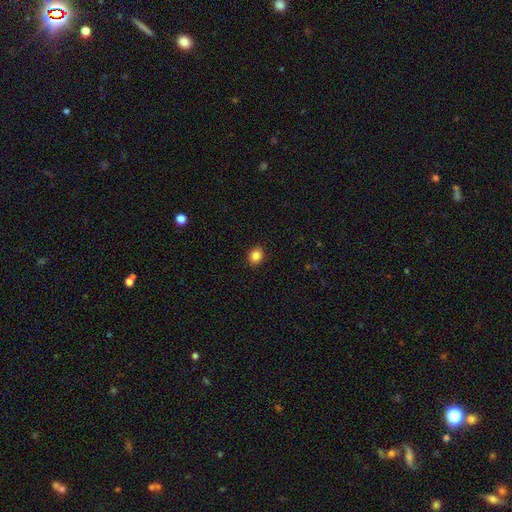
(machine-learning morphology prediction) Smooth or featured: smooth — 85% (star or artifact — 10%)
How rounded: round — 69% (in between — 30%)
Merging: none — 90% (minor disturbance — 7%)